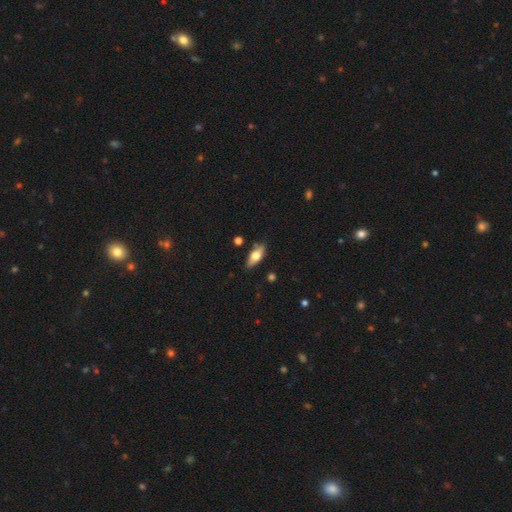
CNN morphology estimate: Overall: smooth (59%; featured or disk 35%). How rounded: in between (74%). Merging: none (80%).